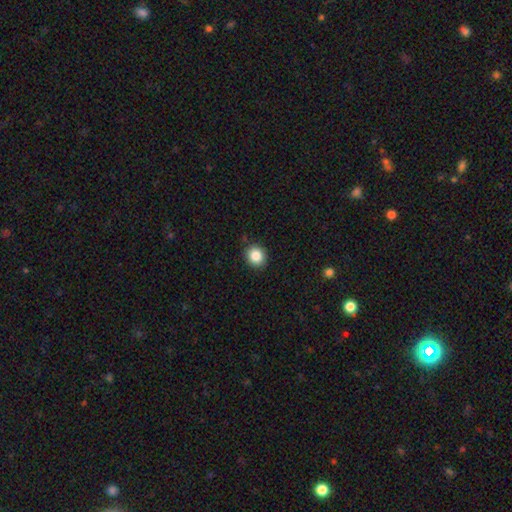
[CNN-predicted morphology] Overall: smooth (86%). How rounded: round (82%). Merging: none (88%).